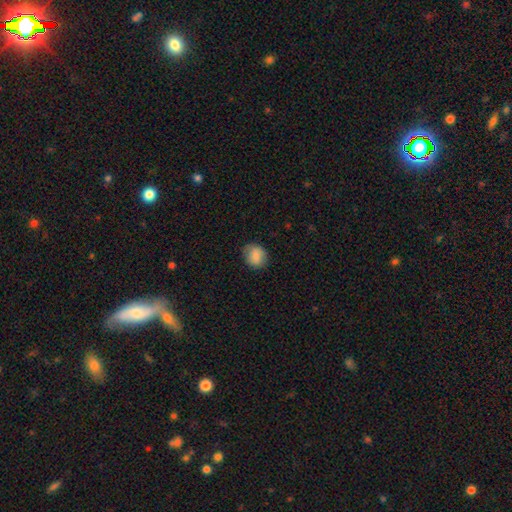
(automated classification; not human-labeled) A smooth galaxy with no disk features (84%) that is round (64%).

Vote fractions:
- Smooth or featured? smooth: 84% / star or artifact: 8% / featured or disk: 8%
- How rounded? round: 64% / in between: 35% / cigar-shaped: 1%
- Merging? none: 79% / minor disturbance: 16% / major disturbance: 4% / merger: 1%